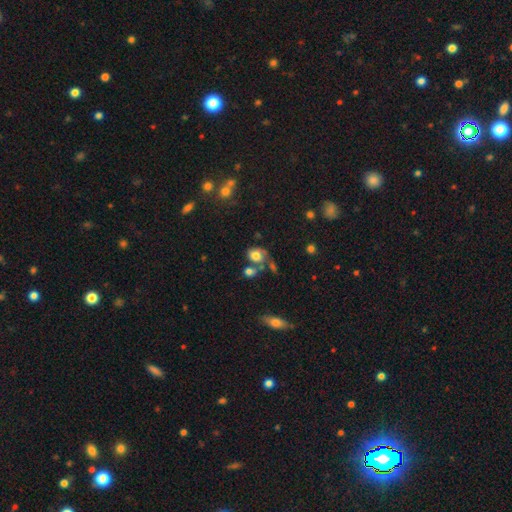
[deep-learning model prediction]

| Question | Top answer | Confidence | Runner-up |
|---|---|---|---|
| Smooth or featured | smooth | 70% | featured or disk (19%) |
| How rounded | in between | 54% | round (44%) |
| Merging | none | 44% | merger (27%) |